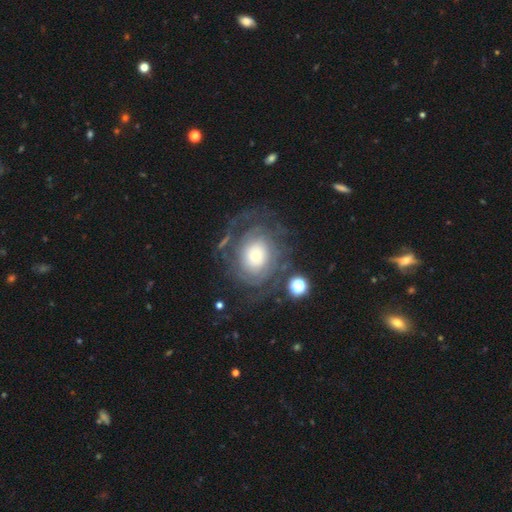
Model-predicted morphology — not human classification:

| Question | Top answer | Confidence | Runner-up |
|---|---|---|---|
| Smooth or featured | featured or disk | 78% | smooth (14%) |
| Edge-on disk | no | 97% | yes (3%) |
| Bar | no | 83% | weak (13%) |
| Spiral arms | yes | 91% | no (9%) |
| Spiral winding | tight | 69% | medium (21%) |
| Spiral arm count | can't tell | 43% | 2 (16%) |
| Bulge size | small | 46% | moderate (25%) |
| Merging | none | 63% | major disturbance (17%) |